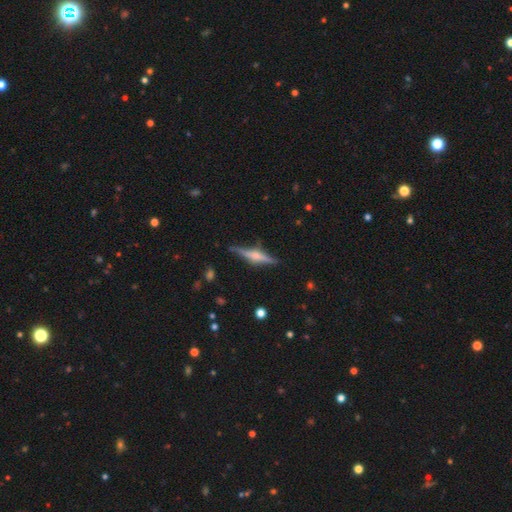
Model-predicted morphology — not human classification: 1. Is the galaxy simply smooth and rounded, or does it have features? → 70% featured or disk, 23% smooth, 7% star or artifact.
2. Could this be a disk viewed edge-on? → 97% yes, 3% no.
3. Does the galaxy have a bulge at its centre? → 76% rounded, 16% boxy, 7% none.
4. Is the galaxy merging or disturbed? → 83% none, 12% minor disturbance, 3% major disturbance, 2% merger.